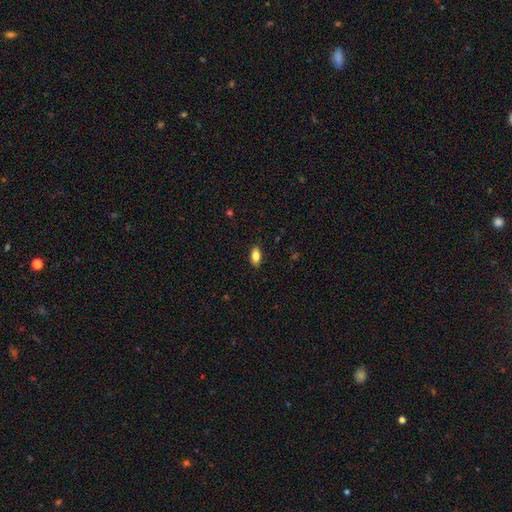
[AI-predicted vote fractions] smooth-or-featured: smooth: 85% | star or artifact: 8% | featured or disk: 7%
  how-rounded: in between: 89% | cigar-shaped: 6% | round: 4%
  merging: none: 88% | minor disturbance: 9% | major disturbance: 2% | merger: 1%